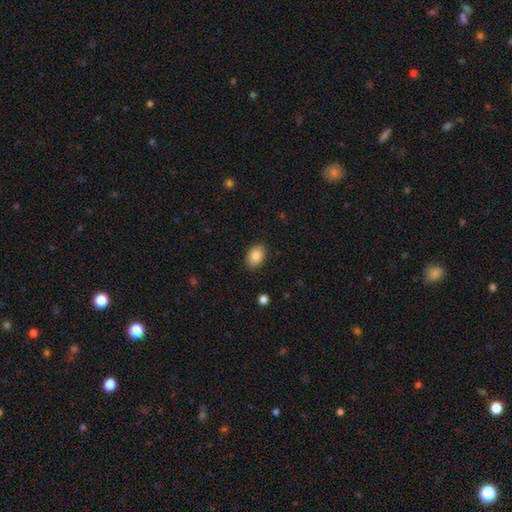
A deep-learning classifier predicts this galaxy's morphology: Smooth or featured? smooth (87%)
How rounded? in between (86%)
Merging? none (87%)